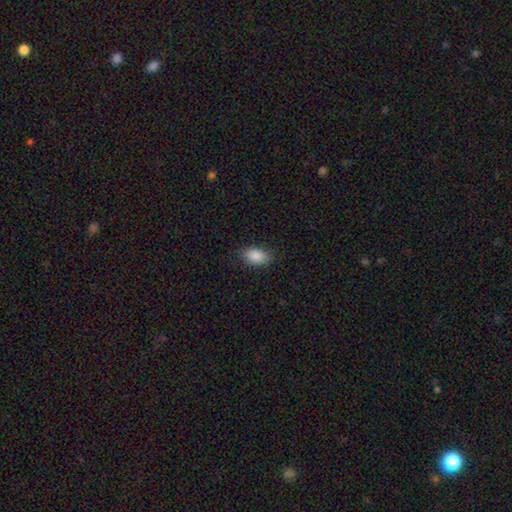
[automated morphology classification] This is clearly a smooth galaxy (88%). How rounded: clearly in between (90%). Merging: clearly none (86%).